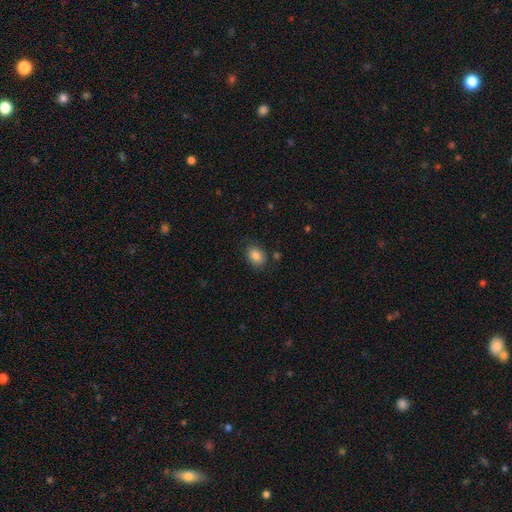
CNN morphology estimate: smooth_or_featured: smooth (p=0.85) [alt: star or artifact p=0.09]
how_rounded: in between (p=0.72) [alt: round p=0.27]
merging: none (p=0.80) [alt: minor disturbance p=0.14]